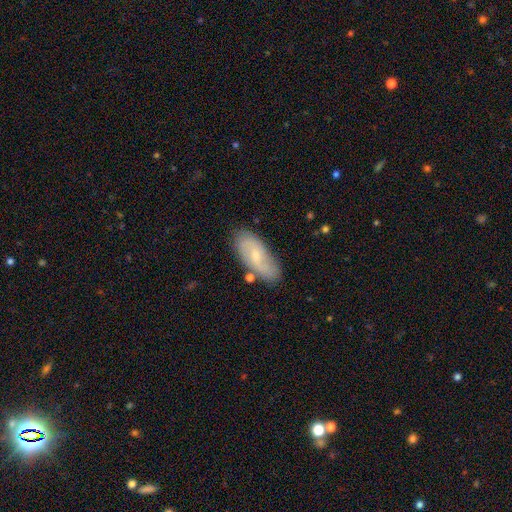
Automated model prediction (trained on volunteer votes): The model was most divided on "smooth or featured": featured or disk: 53%, smooth: 40%, star or artifact: 7%. More confident: edge-on disk — no (89%); merging — none (78%).